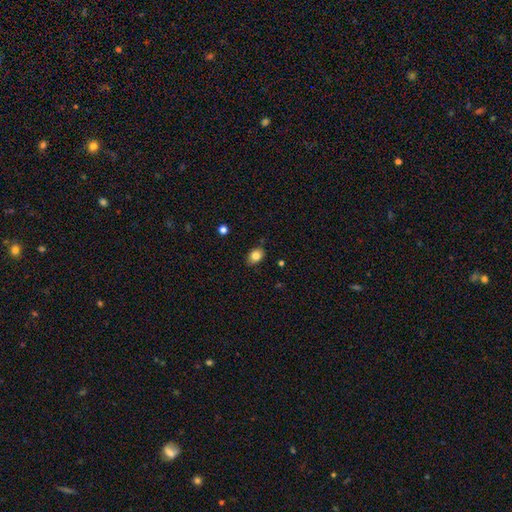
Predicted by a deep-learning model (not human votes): Q: Smooth or featured?
A: smooth (83%); runner-up: star or artifact (9%)
Q: How rounded?
A: in between (75%); runner-up: round (24%)
Q: Merging?
A: none (83%); runner-up: minor disturbance (13%)